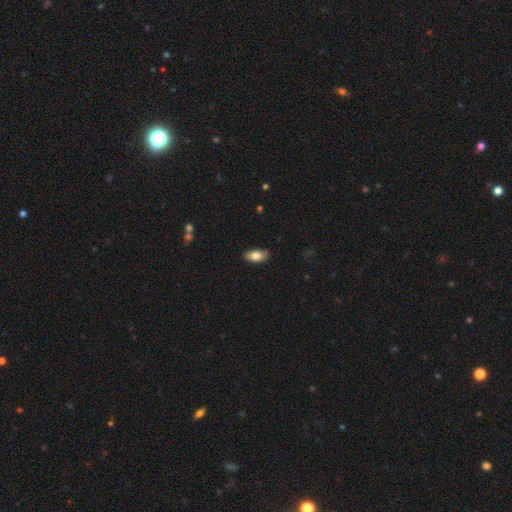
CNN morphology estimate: A smooth galaxy with no disk features (82%) that is in between round and cigar-shaped (92%). Merging: none (88%).